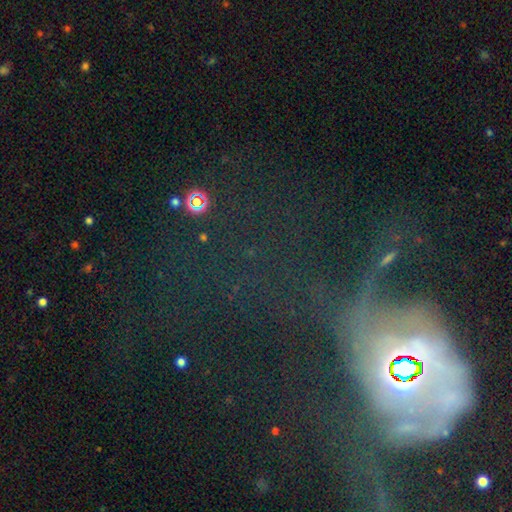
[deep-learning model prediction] This is possibly a star or artifact rather than a galaxy (56%).